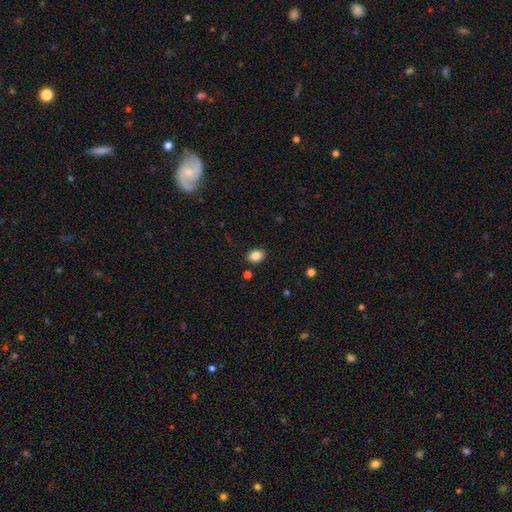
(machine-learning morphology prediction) A smooth galaxy with no disk features (86%) that is in between round and cigar-shaped (75%).

Vote fractions:
- Smooth or featured? smooth: 86% / star or artifact: 9% / featured or disk: 5%
- How rounded? in between: 75% / round: 24% / cigar-shaped: 1%
- Merging? none: 88% / minor disturbance: 8% / major disturbance: 2% / merger: 2%